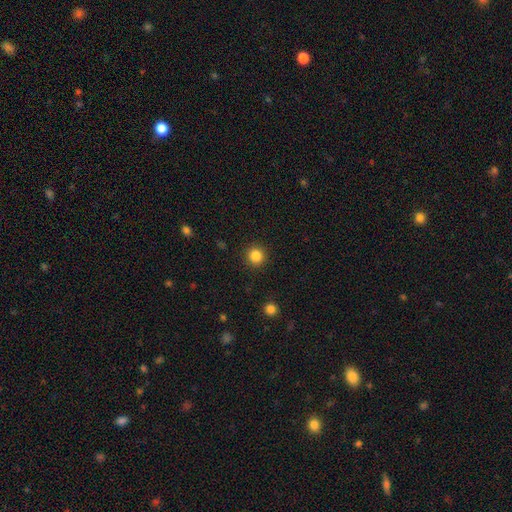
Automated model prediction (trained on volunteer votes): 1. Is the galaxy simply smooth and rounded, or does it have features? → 85% smooth, 12% star or artifact, 4% featured or disk.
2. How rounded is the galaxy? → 94% round, 5% in between, 1% cigar-shaped.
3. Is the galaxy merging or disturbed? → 92% none, 5% minor disturbance, 2% major disturbance, 1% merger.